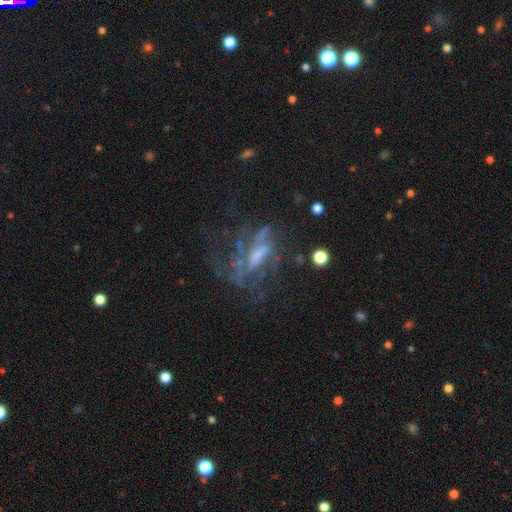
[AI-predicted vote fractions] A featured or disk galaxy (70%) with no bar (43%), spiral arms (54%) and a moderate central bulge (32%, tied with small).

Vote fractions:
- Smooth or featured? featured or disk: 70% / smooth: 15% / star or artifact: 15%
- Edge-on disk? no: 90% / yes: 10%
- Bar? no: 43% / weak: 35% / strong: 22%
- Spiral arms? yes: 54% / no: 46%
- Bulge size? moderate: 32% (tied) / small: 32% (tied) / none: 28% / large: 7% / dominant: 2%
- Merging? none: 43% / major disturbance: 35% / minor disturbance: 17% / merger: 5%